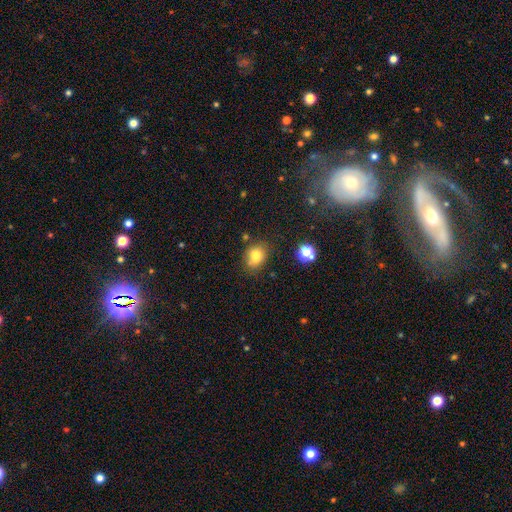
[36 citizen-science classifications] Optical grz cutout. It shows a smooth galaxy with no disk features (78%) that is in between round and cigar-shaped (68%). Merging: none (38%).